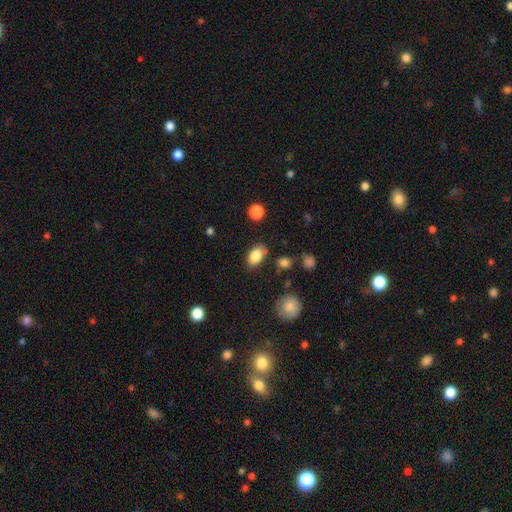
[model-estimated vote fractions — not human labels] smooth-or-featured: smooth: 85% | star or artifact: 8% | featured or disk: 7%
  how-rounded: in between: 88% | round: 10% | cigar-shaped: 2%
  merging: none: 76% | minor disturbance: 16% | merger: 4% | major disturbance: 4%